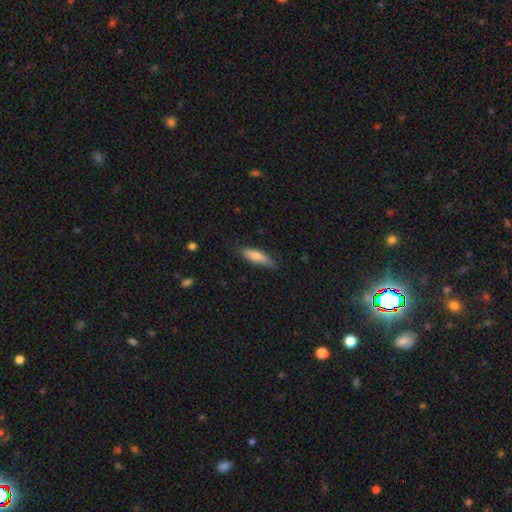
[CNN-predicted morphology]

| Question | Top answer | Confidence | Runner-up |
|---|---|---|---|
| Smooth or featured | smooth | 76% | featured or disk (18%) |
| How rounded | cigar-shaped | 59% | in between (40%) |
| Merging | none | 77% | minor disturbance (19%) |